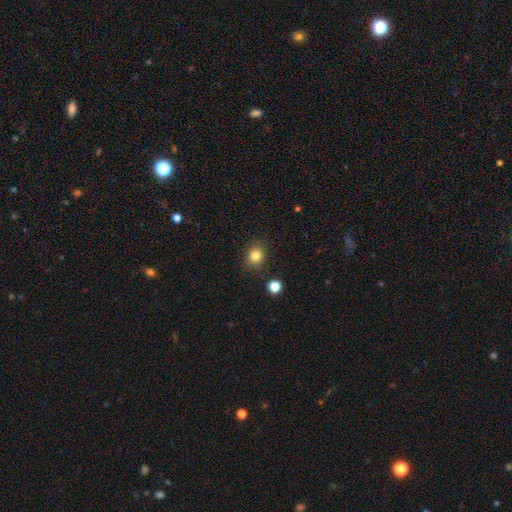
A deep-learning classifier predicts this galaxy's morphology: smooth_or_featured: smooth (p=0.82) [alt: star or artifact p=0.12]
how_rounded: round (p=0.78) [alt: in between p=0.21]
merging: none (p=0.86) [alt: minor disturbance p=0.09]